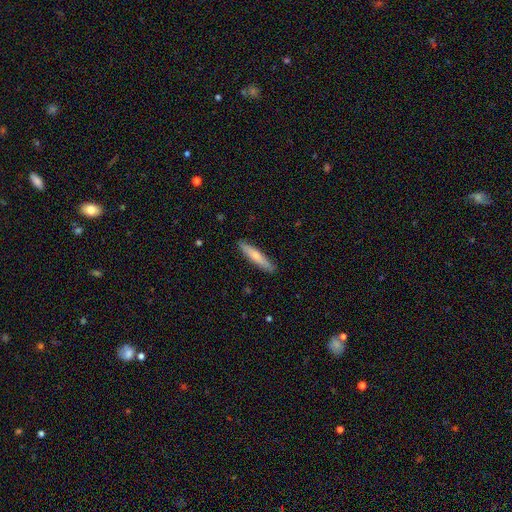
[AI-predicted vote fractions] Smooth or featured? smooth (66%)
How rounded? cigar-shaped (88%)
Merging? none (89%)